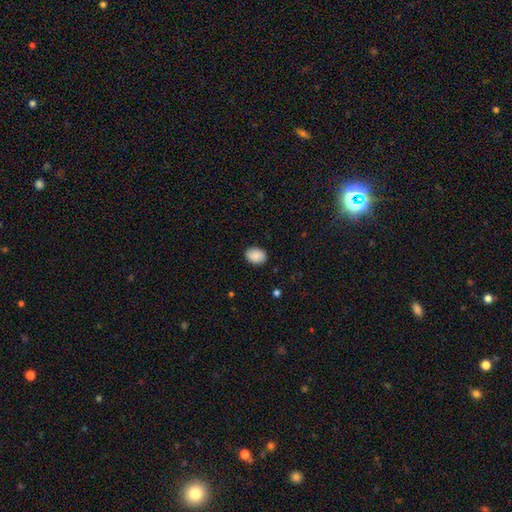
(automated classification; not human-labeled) smooth_or_featured: smooth (p=0.89) [alt: star or artifact p=0.07]
how_rounded: in between (p=0.72) [alt: round p=0.28]
merging: none (p=0.88) [alt: minor disturbance p=0.09]